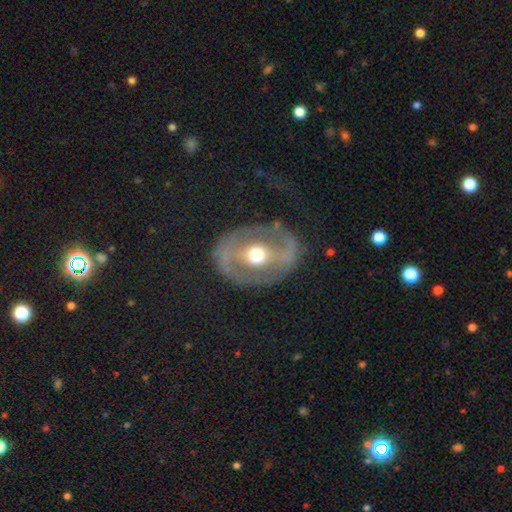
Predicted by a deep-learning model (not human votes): Smooth or featured?
  - featured or disk: 77% *
  - smooth: 17%
  - star or artifact: 5%
Edge-on disk?
  - no: 94% *
  - yes: 6%
Bar?
  - no: 44% *
  - strong: 28%
  - weak: 28%
Spiral arms?
  - yes: 52% *
  - no: 48%
Bulge size?
  - moderate: 72% *
  - large: 19%
  - small: 6%
  - dominant: 2%
  - none: 1%
Merging?
  - none: 72% *
  - minor disturbance: 15%
  - major disturbance: 11%
  - merger: 2%